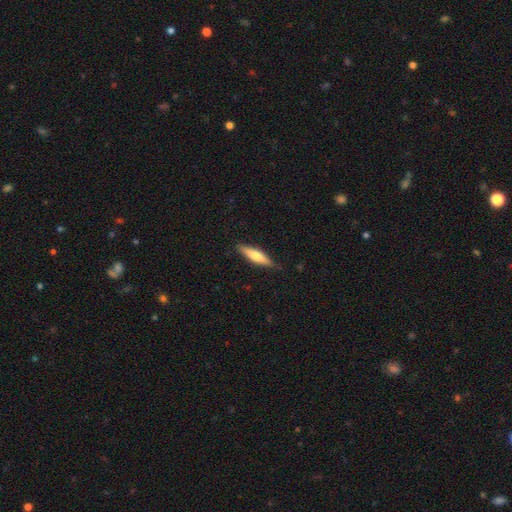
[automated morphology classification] smooth_or_featured: smooth (p=0.57) [alt: featured or disk p=0.37]
how_rounded: cigar-shaped (p=0.74) [alt: in between p=0.24]
merging: none (p=0.84) [alt: minor disturbance p=0.13]